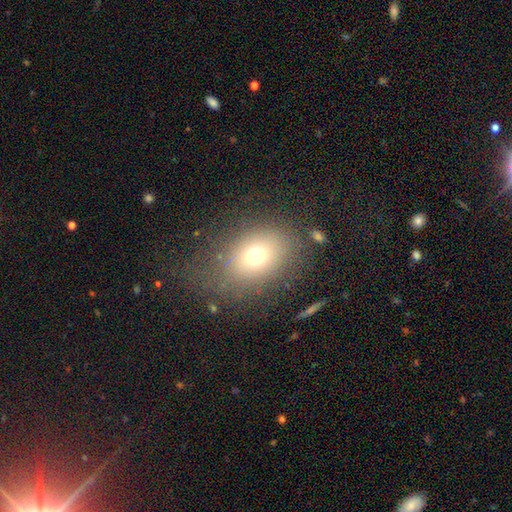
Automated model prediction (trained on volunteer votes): smooth_or_featured: smooth (p=0.71) [alt: star or artifact p=0.15]
how_rounded: in between (p=0.65) [alt: round p=0.34]
merging: none (p=0.69) [alt: minor disturbance p=0.16]